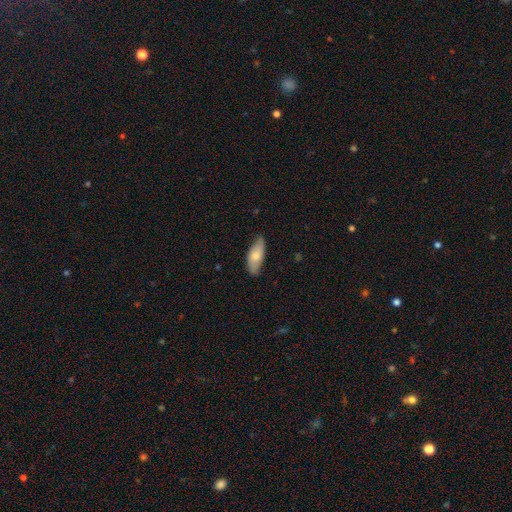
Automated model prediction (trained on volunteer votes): The model was most divided on "smooth or featured": smooth: 71%, featured or disk: 24%, star or artifact: 6%. More confident: how rounded — in between (81%); merging — none (77%).